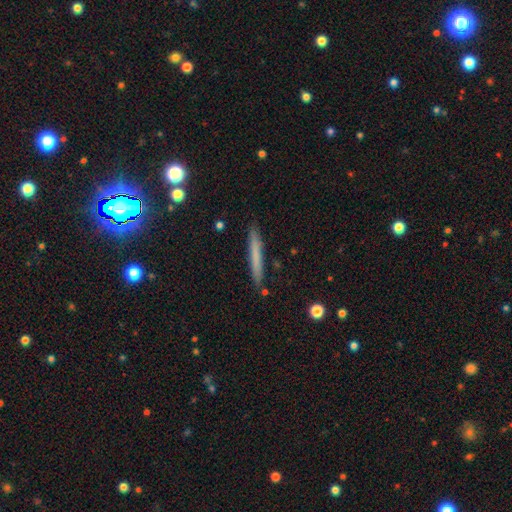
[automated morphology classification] type=smooth (67%); roundness=cigar-shaped (96%); merging=none (89%).